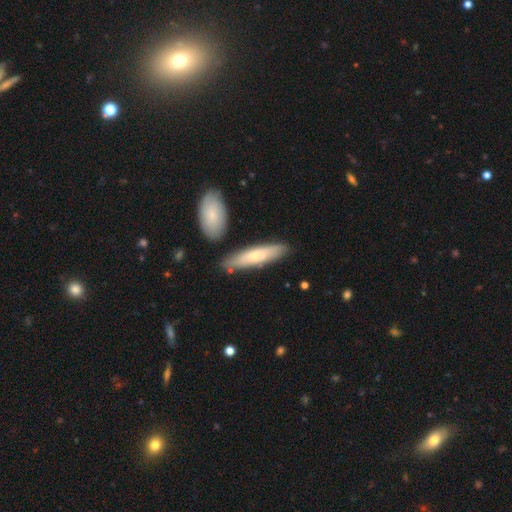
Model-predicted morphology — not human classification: A smooth galaxy with no disk features (62%) that is cigar-shaped (76%).

Vote fractions:
- Smooth or featured? smooth: 62% / featured or disk: 33% / star or artifact: 5%
- How rounded? cigar-shaped: 76% / in between: 22% / round: 2%
- Merging? none: 79% / minor disturbance: 13% / merger: 6% / major disturbance: 2%